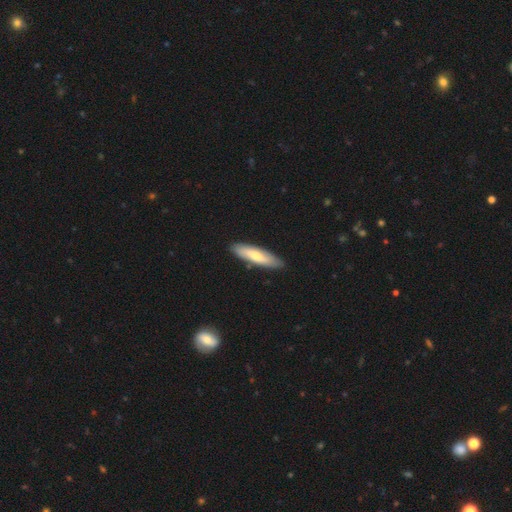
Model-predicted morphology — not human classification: This appears to be a smooth galaxy with no disk features (63%) that is cigar-shaped (65%). Merging: none (85%).